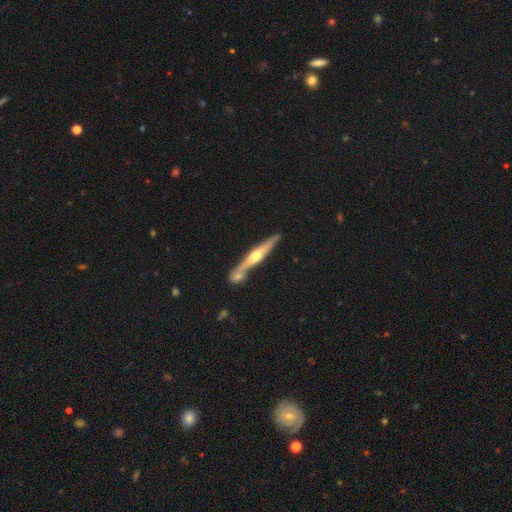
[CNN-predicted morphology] The model was most divided on "smooth or featured": featured or disk: 68%, smooth: 27%, star or artifact: 5%. More confident: edge-on disk — yes (96%); edge-on bulge — rounded (90%); merging — none (67%).